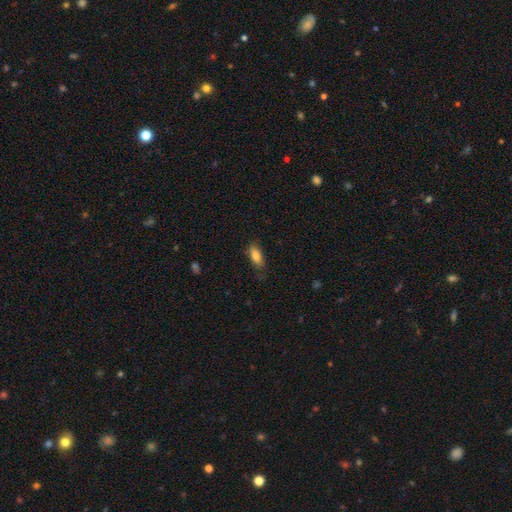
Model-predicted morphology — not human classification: This is clearly a smooth galaxy (83%). How rounded: likely in between (80%). Merging: likely none (76%).